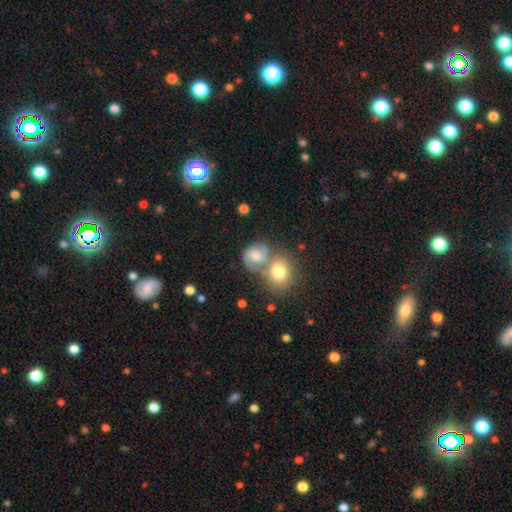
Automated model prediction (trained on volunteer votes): Smooth or featured?
  - featured or disk: 52% *
  - smooth: 37%
  - star or artifact: 11%
Edge-on disk?
  - no: 97% *
  - yes: 3%
Bar?
  - no: 55% *
  - weak: 37%
  - strong: 8%
Spiral arms?
  - yes: 86% *
  - no: 14%
Bulge size?
  - moderate: 54% *
  - small: 22%
  - large: 14%
  - none: 8%
  - dominant: 2%
Merging?
  - merger: 40% *
  - none: 39%
  - minor disturbance: 13%
  - major disturbance: 7%